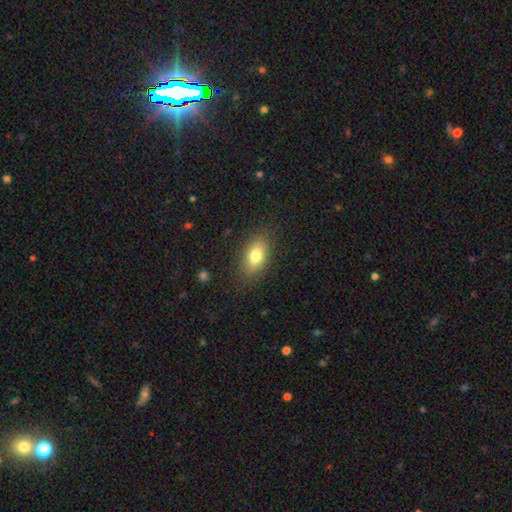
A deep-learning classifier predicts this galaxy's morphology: Overall: smooth (77%). How rounded: in between (85%). Merging: none (85%).